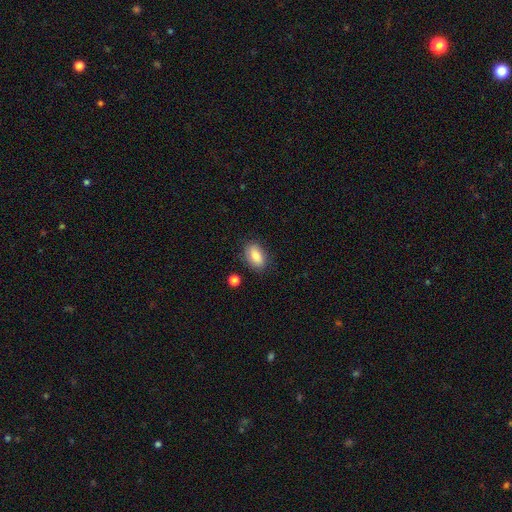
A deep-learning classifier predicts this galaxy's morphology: Overall: smooth (84%). How rounded: in between (90%). Merging: none (82%).